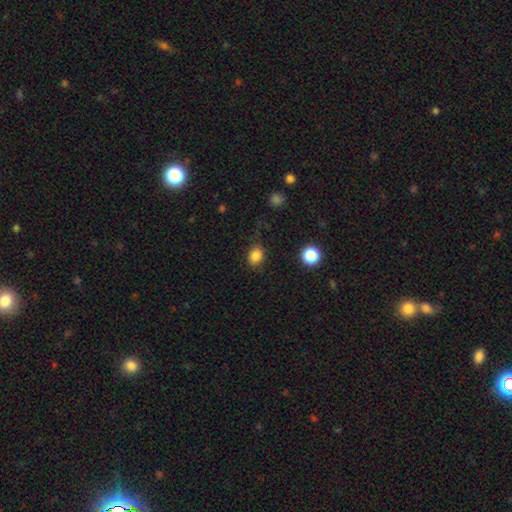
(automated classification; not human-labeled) A smooth galaxy with no disk features (84%) that is in between round and cigar-shaped (55%).

Vote fractions:
- Smooth or featured? smooth: 84% / star or artifact: 11% / featured or disk: 5%
- How rounded? in between: 55% / round: 44% / cigar-shaped: 1%
- Merging? none: 78% / minor disturbance: 16% / major disturbance: 5% / merger: 2%